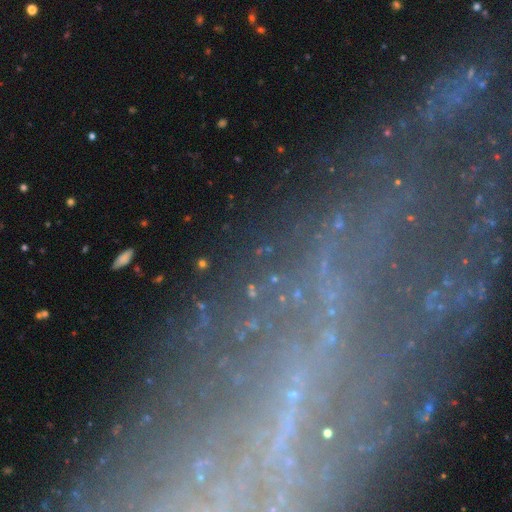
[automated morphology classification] This appears to be a star or artifact, not a galaxy (44%).